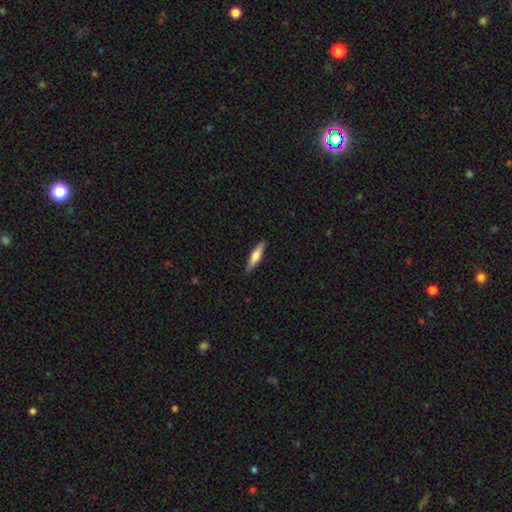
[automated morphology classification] A smooth galaxy with no disk features (66%) that is cigar-shaped (74%).

Vote fractions:
- Smooth or featured? smooth: 66% / featured or disk: 28% / star or artifact: 6%
- How rounded? cigar-shaped: 74% / in between: 24% / round: 2%
- Merging? none: 88% / minor disturbance: 9% / major disturbance: 2% / merger: 1%